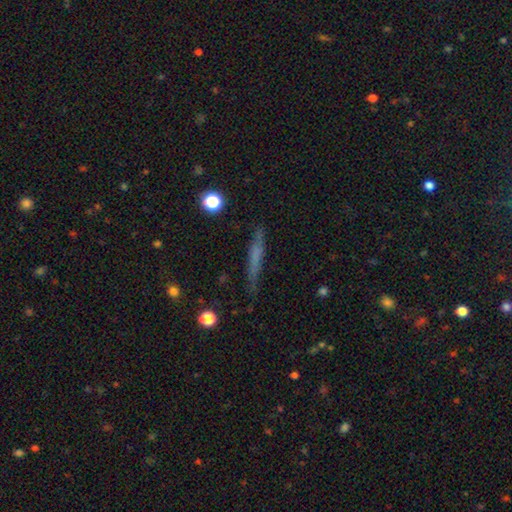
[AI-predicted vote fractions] A smooth galaxy with no disk features (50%).

Vote fractions:
- Smooth or featured? smooth: 50% / featured or disk: 40% / star or artifact: 10%
- Merging? none: 81% / minor disturbance: 14% / major disturbance: 3% / merger: 2%